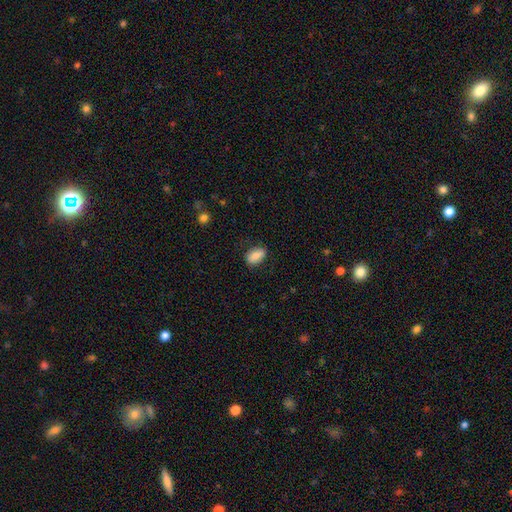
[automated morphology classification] Overall: smooth (83%). How rounded: in between (89%). Merging: none (82%).